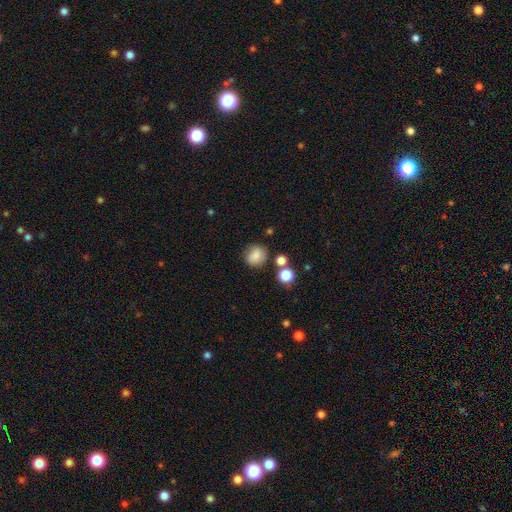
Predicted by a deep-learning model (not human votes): Smooth or featured?
  - smooth: 81% *
  - star or artifact: 11%
  - featured or disk: 8%
How rounded?
  - round: 87% *
  - in between: 12%
  - cigar-shaped: 1%
Merging?
  - none: 76% *
  - minor disturbance: 13%
  - merger: 7%
  - major disturbance: 4%